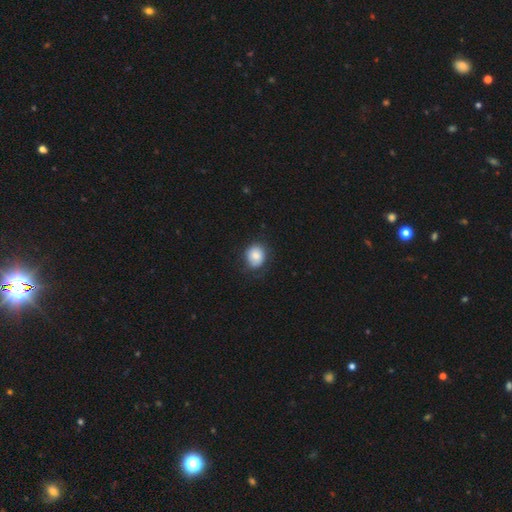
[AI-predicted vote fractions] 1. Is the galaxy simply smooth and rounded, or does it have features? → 81% smooth, 11% featured or disk, 8% star or artifact.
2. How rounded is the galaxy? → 69% round, 30% in between, 1% cigar-shaped.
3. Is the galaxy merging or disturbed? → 73% none, 20% minor disturbance, 6% major disturbance, 1% merger.